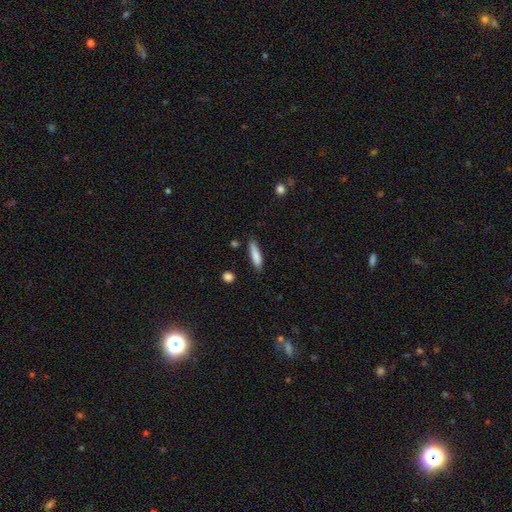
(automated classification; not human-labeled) Q: Smooth or featured?
A: smooth (82%); runner-up: featured or disk (12%)
Q: How rounded?
A: cigar-shaped (76%); runner-up: in between (22%)
Q: Merging?
A: none (81%); runner-up: minor disturbance (14%)